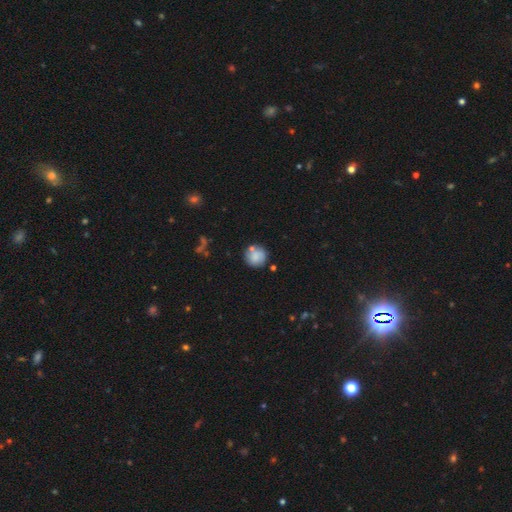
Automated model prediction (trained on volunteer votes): Smooth or featured? Predicted: smooth (p=0.76). How rounded? Predicted: round (p=0.91). Merging? Predicted: none (p=0.69).